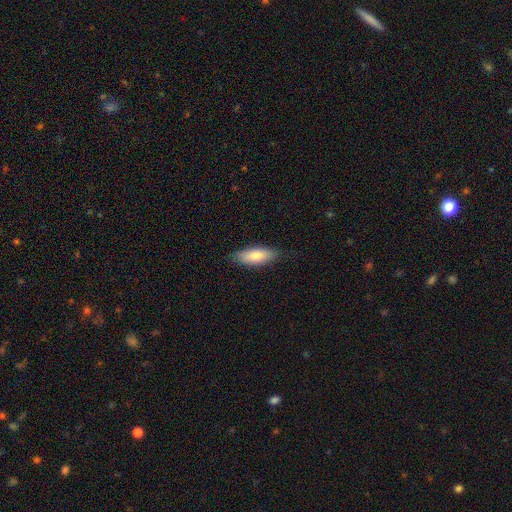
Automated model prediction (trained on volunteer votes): Overall: smooth (82%). How rounded: in between (65%; cigar-shaped 33%). Merging: none (83%).